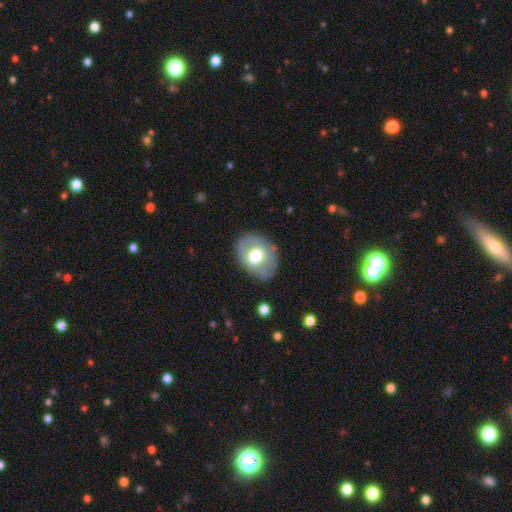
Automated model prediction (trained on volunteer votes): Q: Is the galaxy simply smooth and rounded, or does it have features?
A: smooth — 50%.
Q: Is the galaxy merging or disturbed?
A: none — 75%.